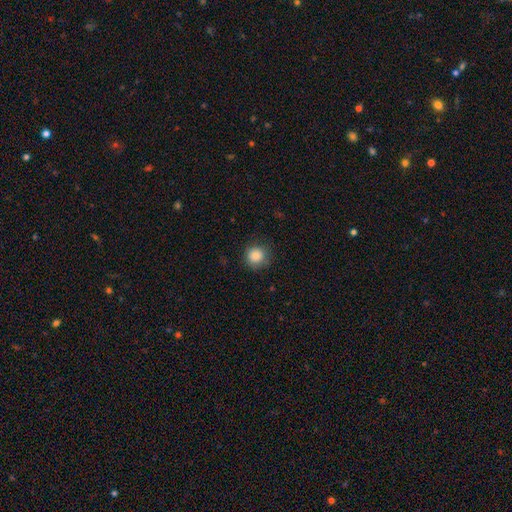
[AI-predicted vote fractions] The model was most divided on "merging": none: 81%, minor disturbance: 14%, major disturbance: 4%, merger: 1%. More confident: how rounded — round (91%); smooth or featured — smooth (86%).